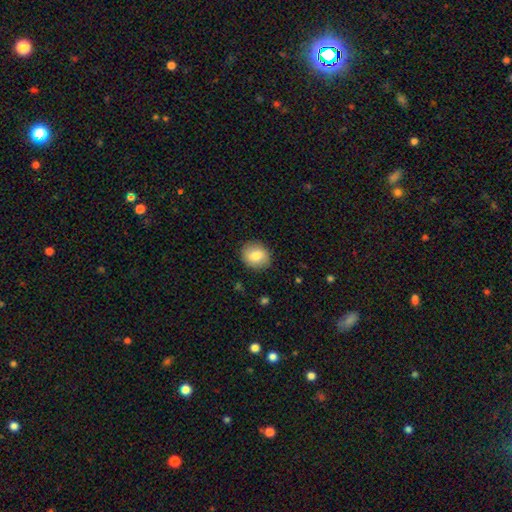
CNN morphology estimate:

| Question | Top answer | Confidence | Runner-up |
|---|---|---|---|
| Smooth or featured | smooth | 80% | featured or disk (12%) |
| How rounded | round | 73% | in between (26%) |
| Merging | none | 88% | minor disturbance (8%) |